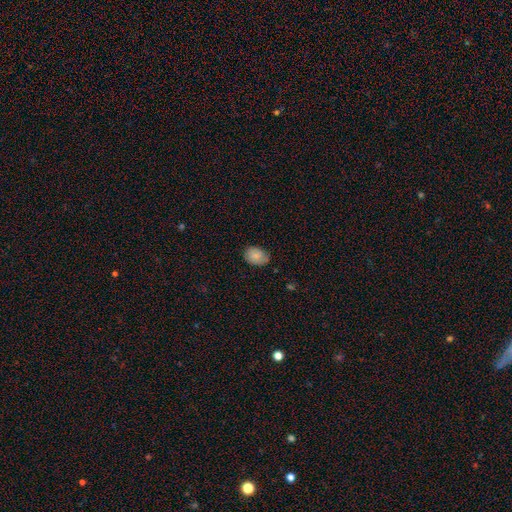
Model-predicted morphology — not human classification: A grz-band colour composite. It shows a smooth galaxy with no disk features (81%) that is in between round and cigar-shaped (73%). Merging: none (72%).